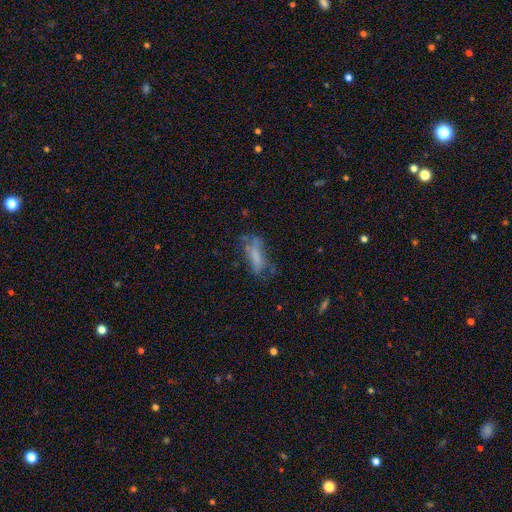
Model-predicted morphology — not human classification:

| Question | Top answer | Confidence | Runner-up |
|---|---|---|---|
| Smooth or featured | smooth | 53% | featured or disk (33%) |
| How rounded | in between | 56% | cigar-shaped (42%) |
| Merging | none | 39% | major disturbance (29%) |